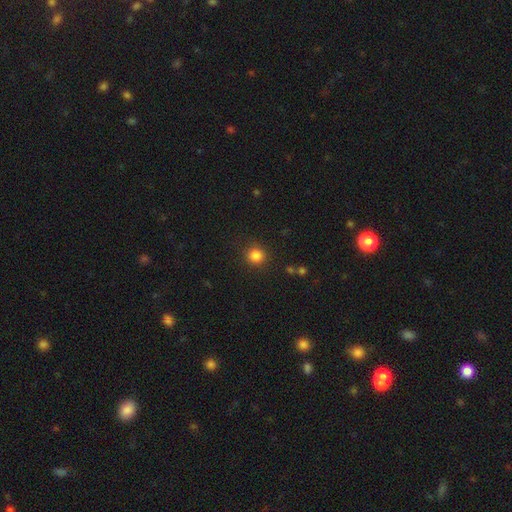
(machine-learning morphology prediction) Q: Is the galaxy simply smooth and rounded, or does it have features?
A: smooth — 84%.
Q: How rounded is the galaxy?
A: round — 90%.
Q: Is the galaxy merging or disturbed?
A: none — 88%.